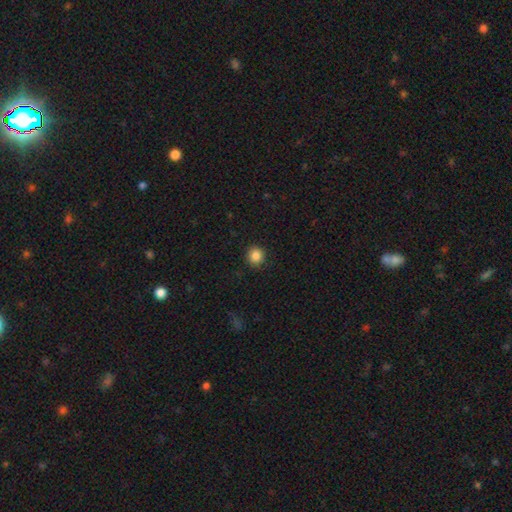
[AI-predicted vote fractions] Morphology: type=smooth (85%); roundness=round (92%); merging=none (91%).